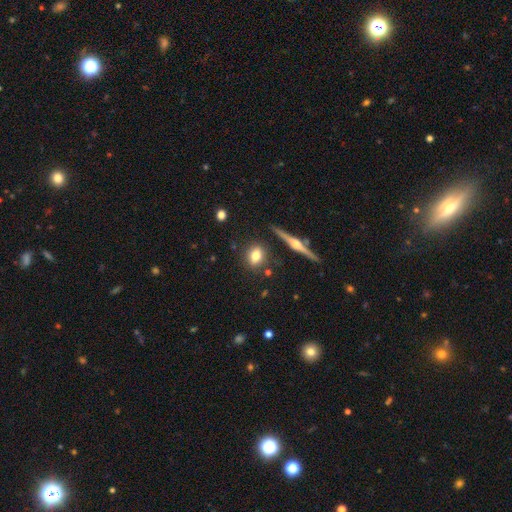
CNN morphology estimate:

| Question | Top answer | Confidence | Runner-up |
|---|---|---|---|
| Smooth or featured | smooth | 71% | featured or disk (20%) |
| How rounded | round | 48% | in between (47%) |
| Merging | none | 83% | minor disturbance (10%) |